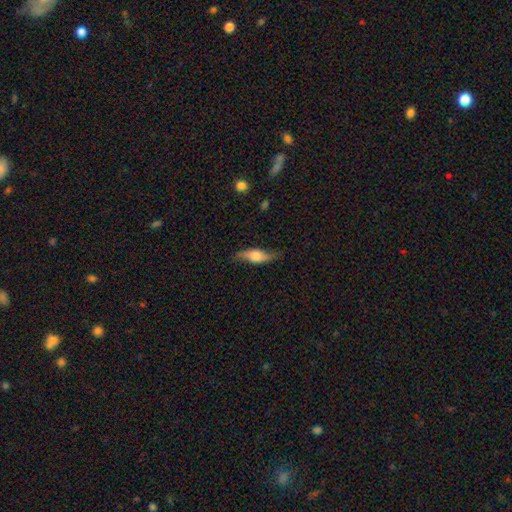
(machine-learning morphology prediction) smooth_or_featured: smooth (p=0.48) [alt: featured or disk p=0.45]
merging: none (p=0.73) [alt: minor disturbance p=0.20]